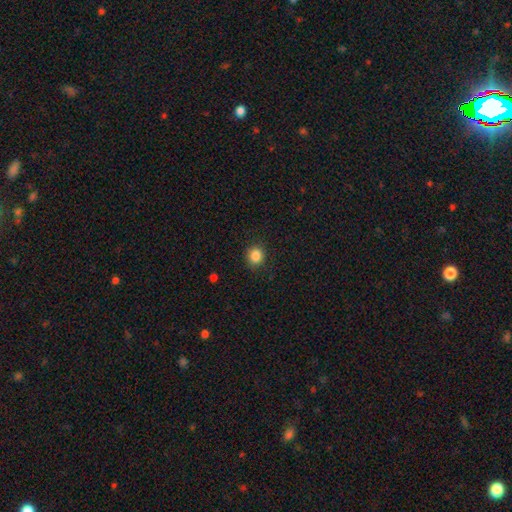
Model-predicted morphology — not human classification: This appears to be a smooth galaxy with no disk features (86%) that is round (82%). Merging: none (89%).